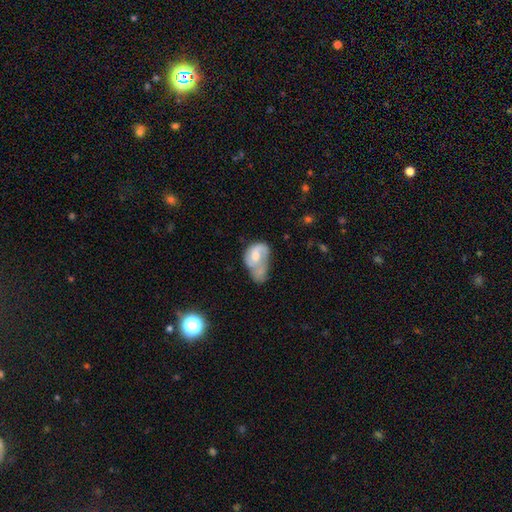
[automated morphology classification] Overall: featured or disk (51%; smooth 42%). Edge-on disk: no (97%). Merging: merger (34%; major disturbance 30%).